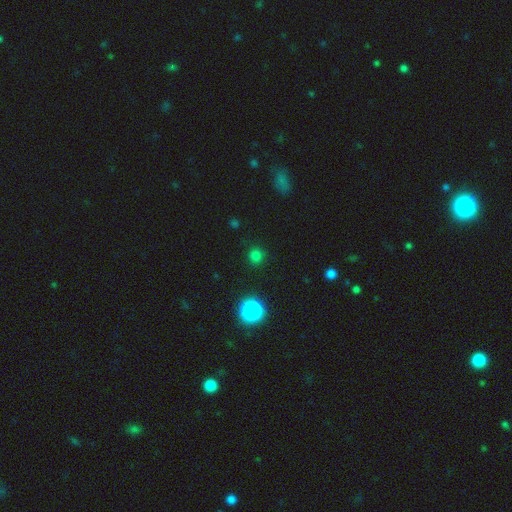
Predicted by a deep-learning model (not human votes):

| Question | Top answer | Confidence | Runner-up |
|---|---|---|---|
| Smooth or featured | smooth | 75% | star or artifact (21%) |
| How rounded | round | 93% | in between (6%) |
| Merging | none | 90% | minor disturbance (7%) |